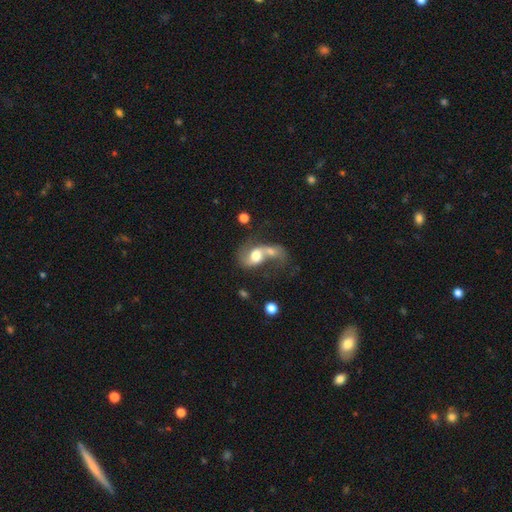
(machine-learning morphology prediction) Smooth or featured? Predicted: featured or disk (p=0.49). Merging? Predicted: merger (p=0.64).